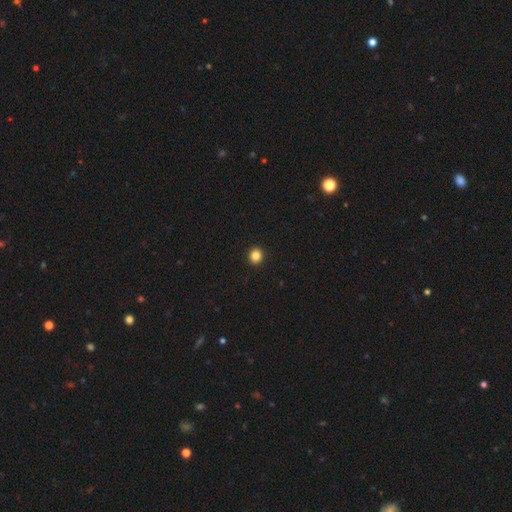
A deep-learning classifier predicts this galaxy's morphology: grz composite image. It shows a smooth galaxy with no disk features (85%) that is round (84%). Merging: none (93%).